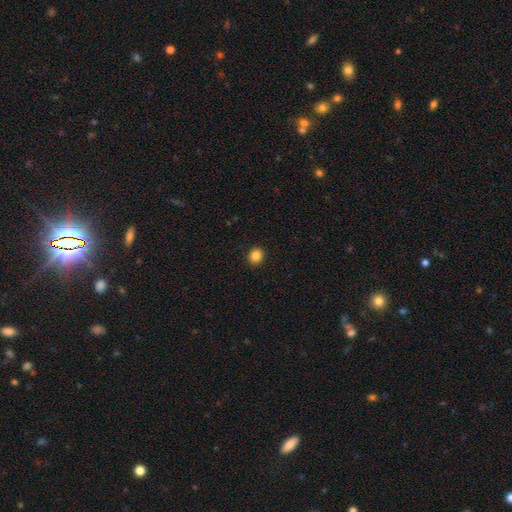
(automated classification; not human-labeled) A smooth galaxy with no disk features (86%) that is round (84%).

Vote fractions:
- Smooth or featured? smooth: 86% / star or artifact: 10% / featured or disk: 3%
- How rounded? round: 84% / in between: 15% / cigar-shaped: 1%
- Merging? none: 93% / minor disturbance: 5% / major disturbance: 2% / merger: 1%